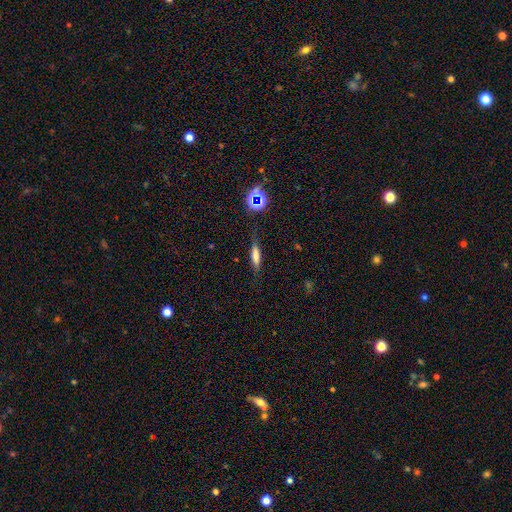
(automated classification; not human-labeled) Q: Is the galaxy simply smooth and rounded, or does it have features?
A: smooth — 63%.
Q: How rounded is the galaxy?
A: cigar-shaped — 69%.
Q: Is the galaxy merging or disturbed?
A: none — 75%.